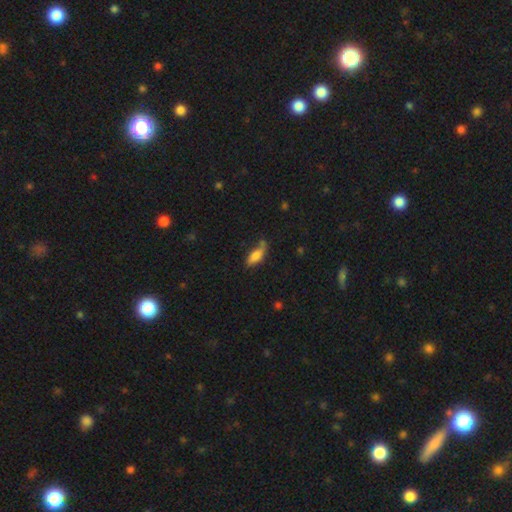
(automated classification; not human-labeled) This is likely a smooth galaxy (77%). How rounded: likely in between (72%). Merging: possibly none (48%).